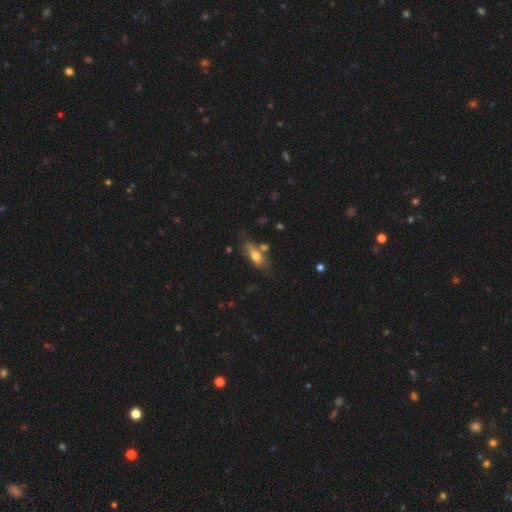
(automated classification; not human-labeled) Smooth or featured?
  - smooth: 67% *
  - featured or disk: 25%
  - star or artifact: 8%
How rounded?
  - in between: 67% *
  - cigar-shaped: 30%
  - round: 4%
Merging?
  - none: 58% *
  - minor disturbance: 21%
  - merger: 13%
  - major disturbance: 7%